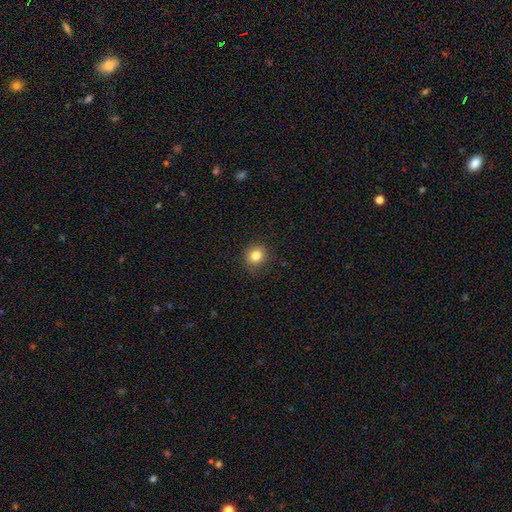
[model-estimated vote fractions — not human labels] A smooth galaxy with no disk features (83%) that is round (85%). Merging: none (88%).